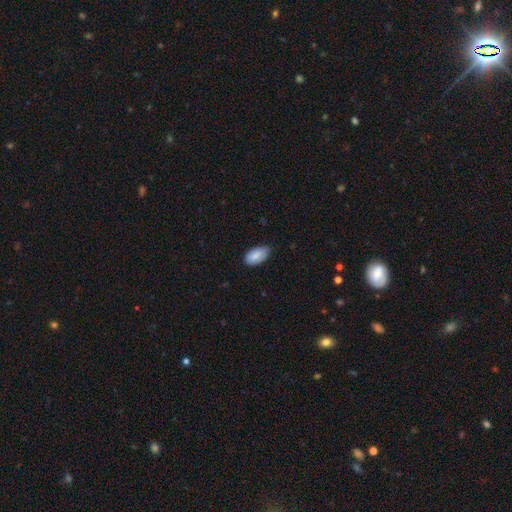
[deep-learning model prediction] Morphology: type=smooth (88%); roundness=in between (95%); merging=none (74%).